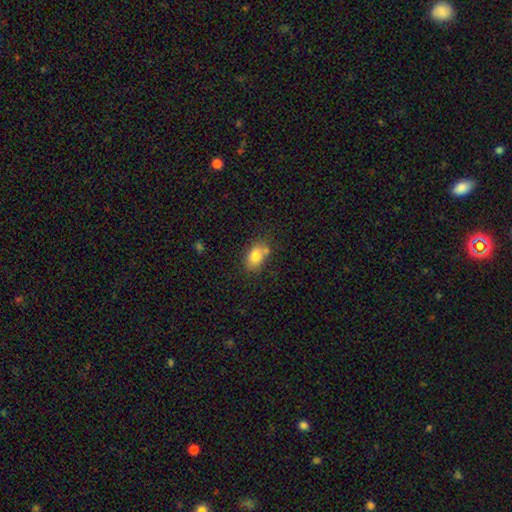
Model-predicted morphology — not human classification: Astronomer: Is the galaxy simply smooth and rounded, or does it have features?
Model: smooth — 80%.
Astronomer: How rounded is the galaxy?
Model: in between — 82%.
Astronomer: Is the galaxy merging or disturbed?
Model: none — 64%.